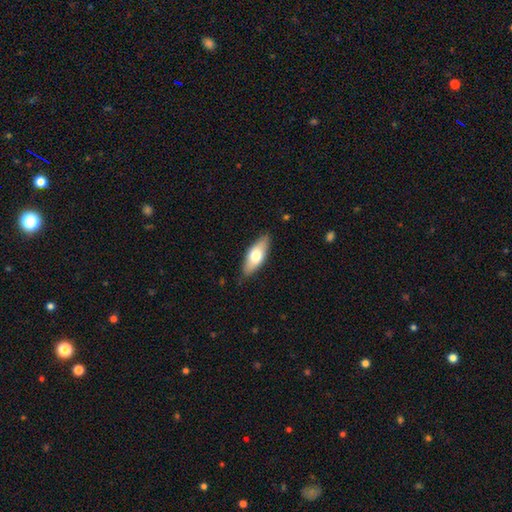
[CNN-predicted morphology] smooth 65%, featured or disk 30%, star or artifact 5%. Down the decision tree: how rounded — in between (73%); merging — none (84%).